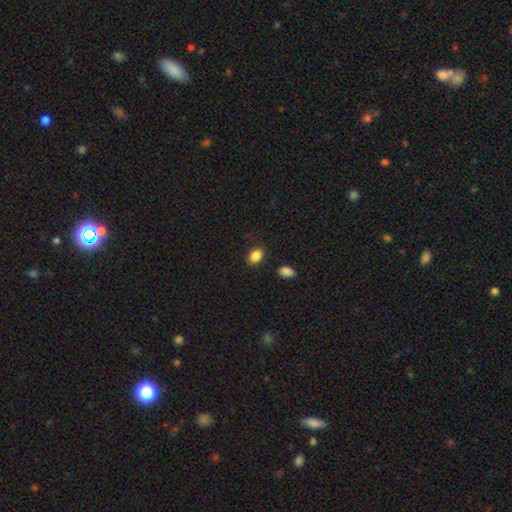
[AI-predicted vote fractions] This is clearly a smooth galaxy (87%). How rounded: likely in between (79%). Merging: clearly none (84%).